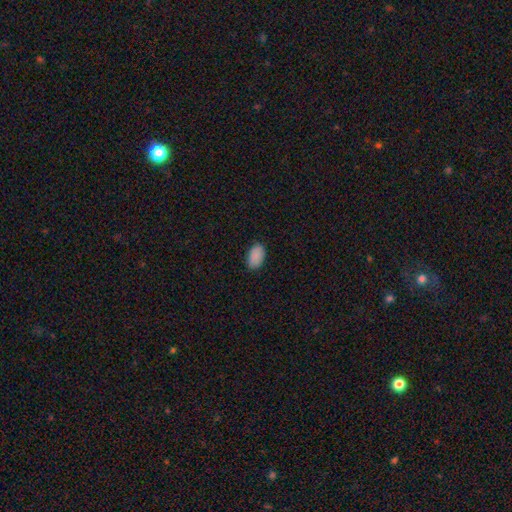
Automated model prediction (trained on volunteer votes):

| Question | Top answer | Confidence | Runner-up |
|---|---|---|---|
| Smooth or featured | smooth | 90% | star or artifact (7%) |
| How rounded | in between | 94% | round (5%) |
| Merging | none | 86% | minor disturbance (10%) |